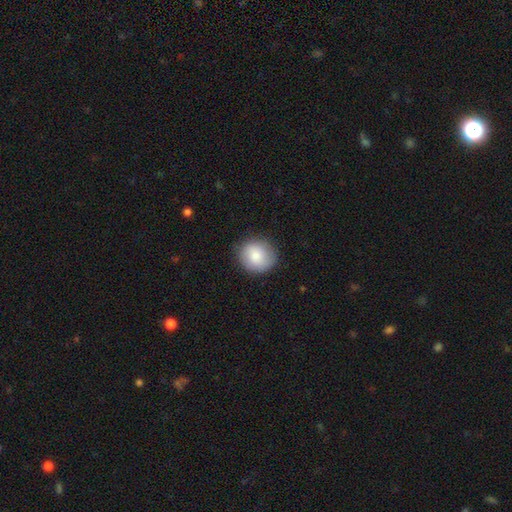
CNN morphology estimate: smooth-or-featured: smooth: 82% | featured or disk: 11% | star or artifact: 7%
  how-rounded: round: 87% | in between: 12% | cigar-shaped: 1%
  merging: none: 85% | minor disturbance: 11% | major disturbance: 3% | merger: 1%